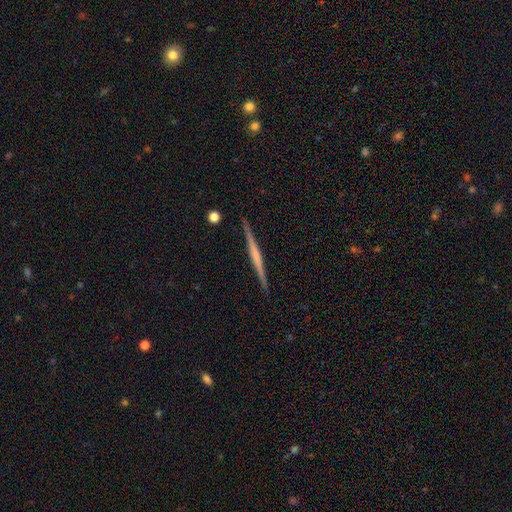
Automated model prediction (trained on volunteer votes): smooth-or-featured: featured or disk: 66% | smooth: 29% | star or artifact: 5%
  disk-edge-on: yes: 98% | no: 2%
    edge-on-bulge: none: 63% | rounded: 22% | boxy: 16%
  merging: none: 91% | minor disturbance: 6% | major disturbance: 1% | merger: 1%